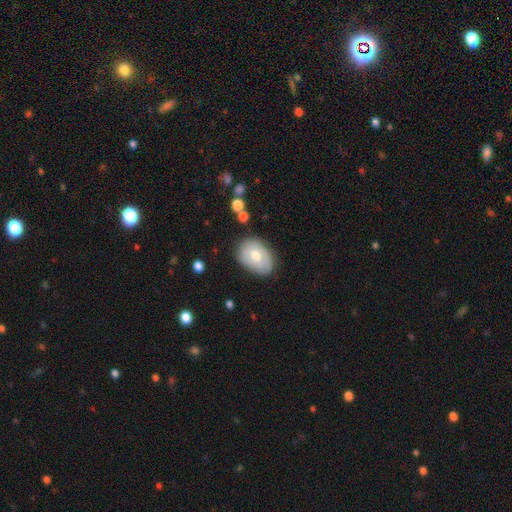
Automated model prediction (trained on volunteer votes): This is possibly a smooth galaxy (58%). How rounded: likely in between (77%). Merging: likely none (75%).